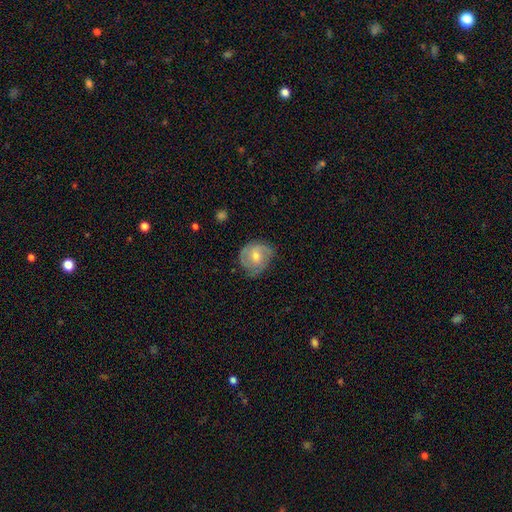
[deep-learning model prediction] This appears to be a featured or disk galaxy (60%) with no bar (54%), spiral arms (84%) and a moderate central bulge (55%). Merging: none (65%).